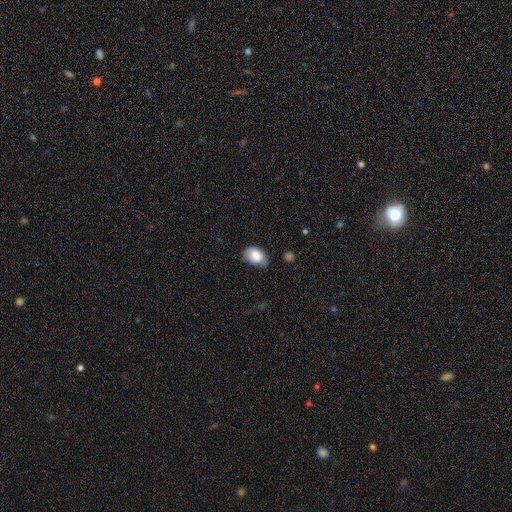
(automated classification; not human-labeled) Smooth or featured?
  - smooth: 79% *
  - featured or disk: 14%
  - star or artifact: 7%
How rounded?
  - in between: 83% *
  - round: 16%
  - cigar-shaped: 1%
Merging?
  - none: 50% *
  - minor disturbance: 38%
  - major disturbance: 9%
  - merger: 2%